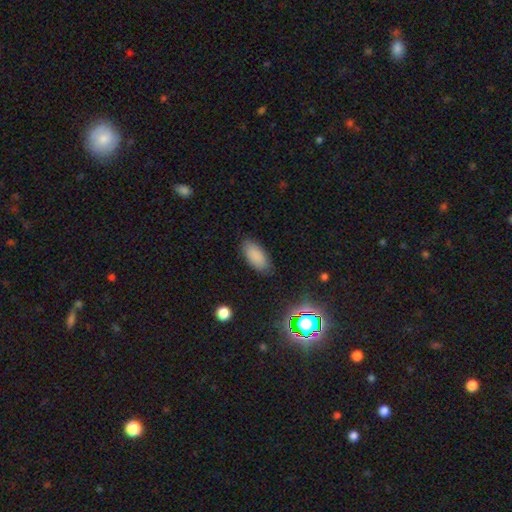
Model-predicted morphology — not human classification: Smooth or featured: smooth — 86% (star or artifact — 9%)
How rounded: in between — 91% (cigar-shaped — 7%)
Merging: none — 85% (minor disturbance — 11%)